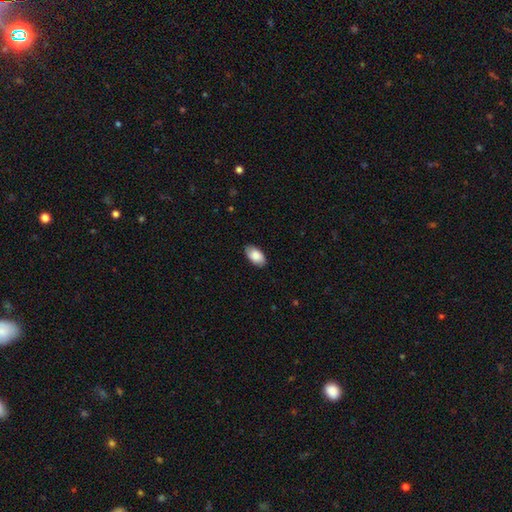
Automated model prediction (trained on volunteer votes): This appears to be a smooth galaxy with no disk features (87%) that is in between round and cigar-shaped (95%). Merging: none (87%).